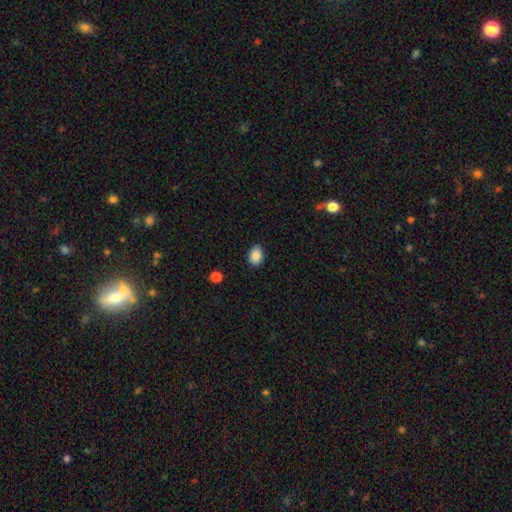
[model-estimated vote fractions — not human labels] This is clearly a smooth galaxy (88%). How rounded: likely in between (73%). Merging: clearly none (88%).